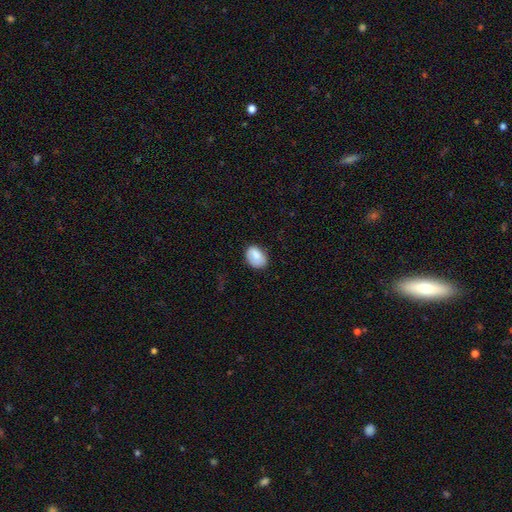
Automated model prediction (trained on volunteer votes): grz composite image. It shows a smooth galaxy with no disk features (82%) that is in between round and cigar-shaped (80%). Merging: none (71%).